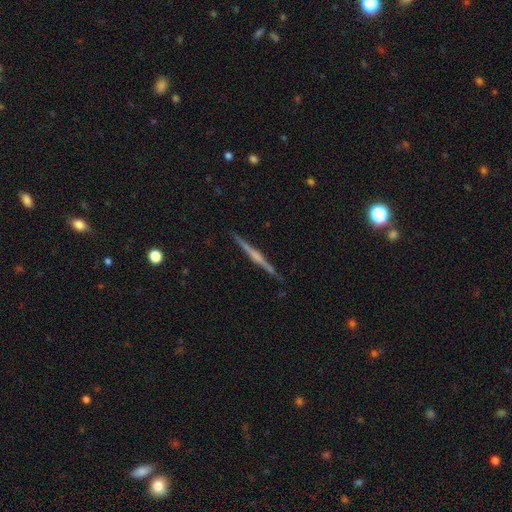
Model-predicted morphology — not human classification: The model was most divided on "edge-on bulge": rounded: 53%, none: 28%, boxy: 19%. More confident: edge-on disk — yes (98%); merging — none (91%); smooth or featured — featured or disk (77%).